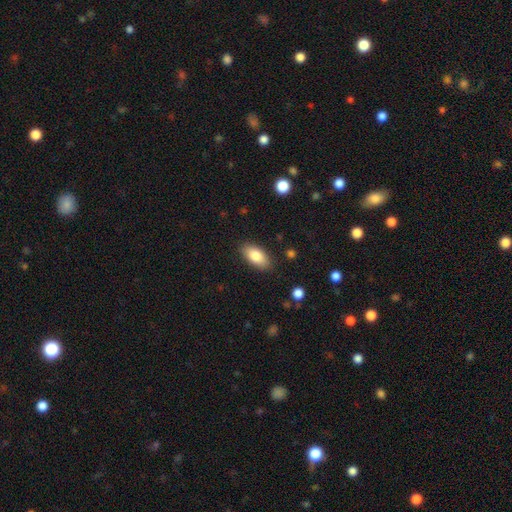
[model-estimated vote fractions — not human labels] The model was most divided on "smooth or featured": smooth: 83%, featured or disk: 11%, star or artifact: 7%. More confident: how rounded — in between (91%); merging — none (87%).